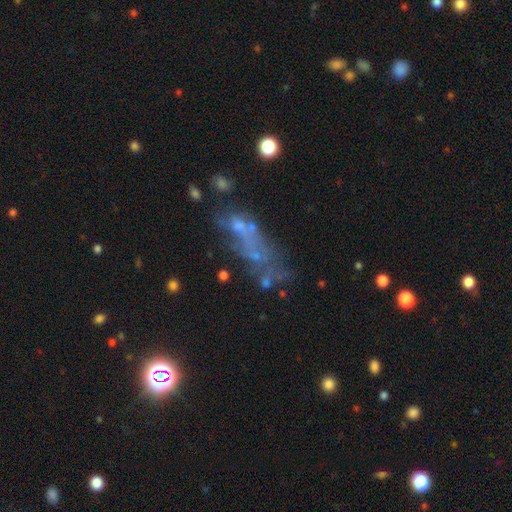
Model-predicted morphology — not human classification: A featured or disk galaxy (44%). Merging: none (31%).